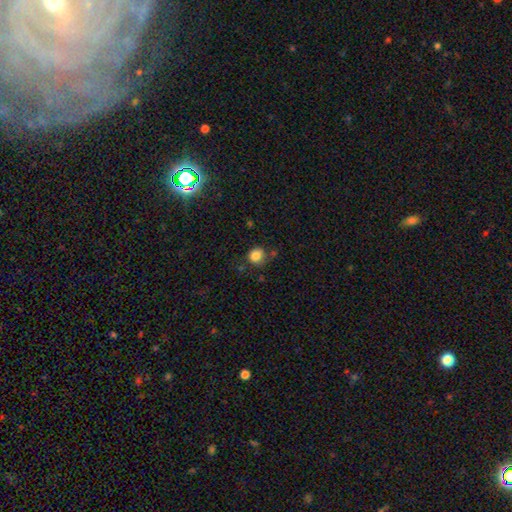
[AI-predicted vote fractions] Smooth or featured?
  - smooth: 84% *
  - star or artifact: 11%
  - featured or disk: 5%
How rounded?
  - round: 82% *
  - in between: 17%
  - cigar-shaped: 1%
Merging?
  - none: 69% *
  - minor disturbance: 19%
  - merger: 6%
  - major disturbance: 6%